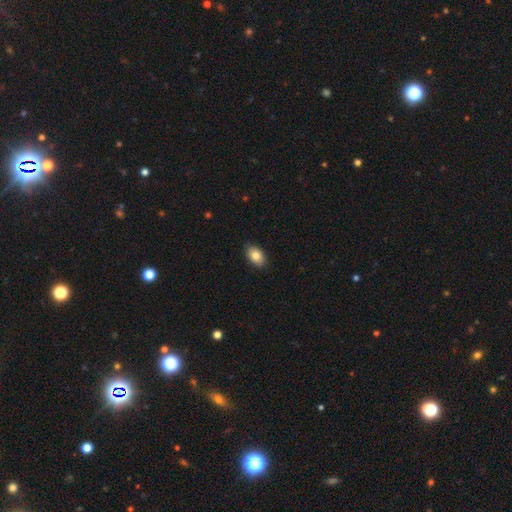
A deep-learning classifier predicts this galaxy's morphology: A smooth galaxy with no disk features (83%) that is in between round and cigar-shaped (88%). Merging: none (88%).